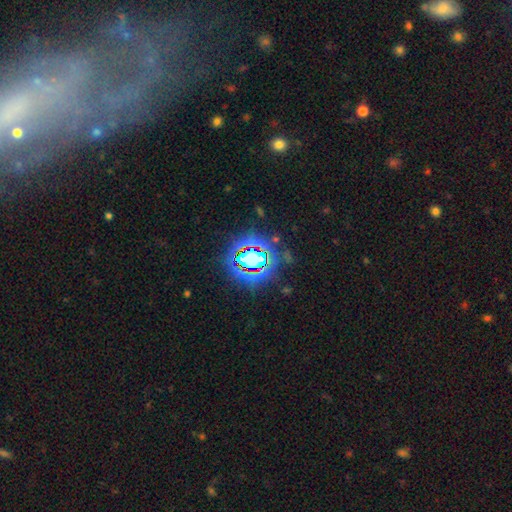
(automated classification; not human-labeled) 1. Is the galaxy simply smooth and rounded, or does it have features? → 75% star or artifact, 13% smooth, 12% featured or disk.